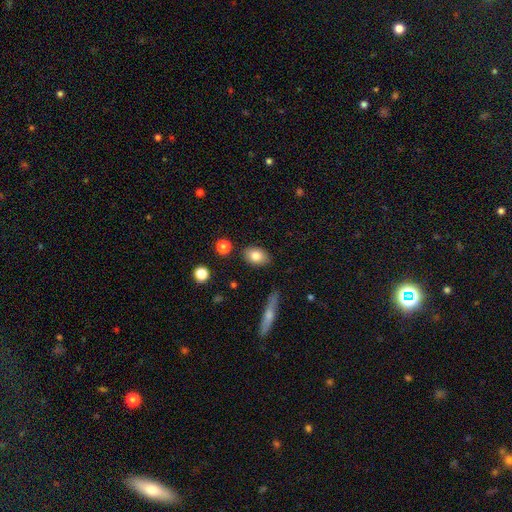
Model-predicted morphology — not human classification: This appears to be a smooth galaxy with no disk features (81%) that is in between round and cigar-shaped (80%). Merging: none (85%).